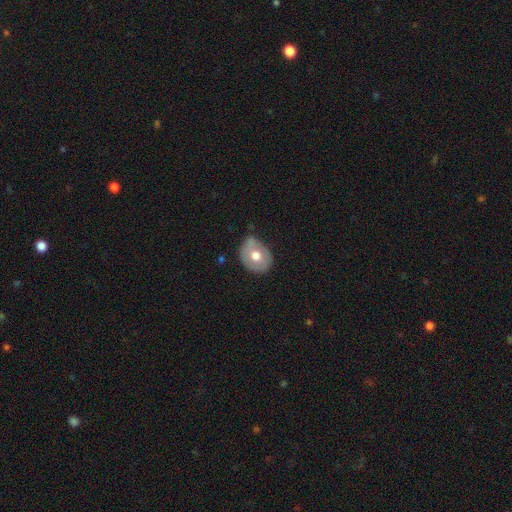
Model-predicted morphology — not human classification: This appears to be a smooth galaxy with no disk features (58%) that is round (51%). Merging: none (62%).